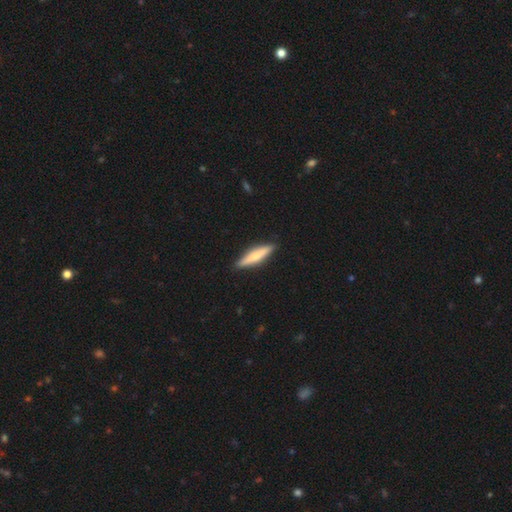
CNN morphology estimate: smooth-or-featured: smooth: 52% | featured or disk: 43% | star or artifact: 5%
  how-rounded: cigar-shaped: 84% | in between: 14% | round: 2%
  merging: none: 90% | minor disturbance: 7% | major disturbance: 2% | merger: 1%